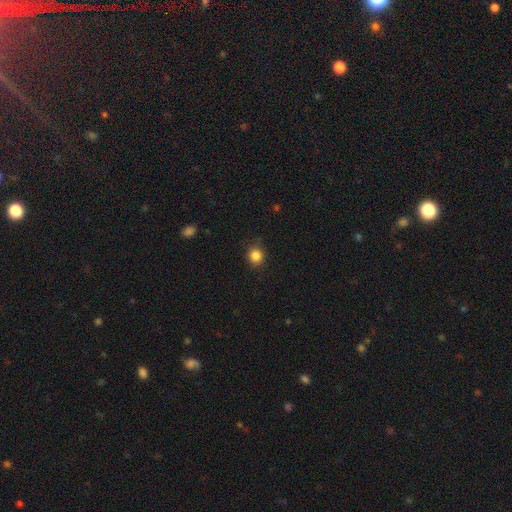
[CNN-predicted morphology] Q: Smooth or featured?
A: smooth (85%); runner-up: star or artifact (11%)
Q: How rounded?
A: round (86%); runner-up: in between (13%)
Q: Merging?
A: none (87%); runner-up: minor disturbance (10%)